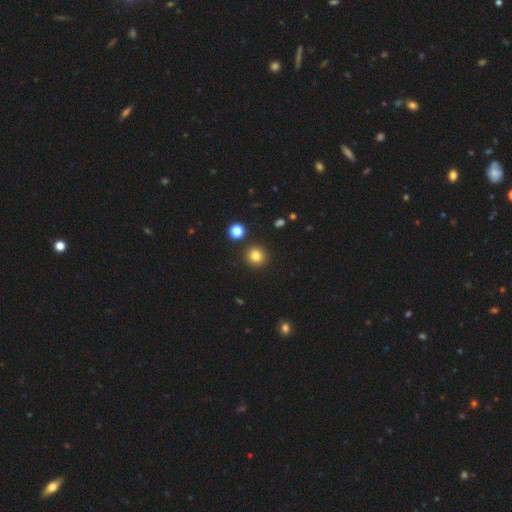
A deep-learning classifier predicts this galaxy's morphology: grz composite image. It shows a smooth galaxy with no disk features (81%) that is round (93%). Merging: none (90%).